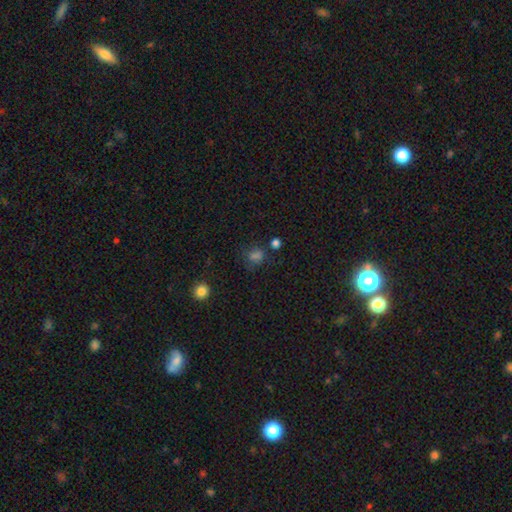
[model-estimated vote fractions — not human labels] Overall: smooth (66%; star or artifact 26%). How rounded: round (62%; in between 37%). Merging: none (63%).